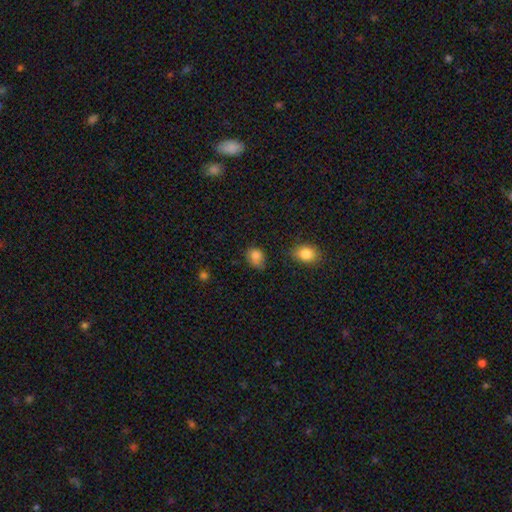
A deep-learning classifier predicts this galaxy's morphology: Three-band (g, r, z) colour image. It shows a smooth galaxy with no disk features (81%) that is in between round and cigar-shaped (63%). Merging: none (49%).